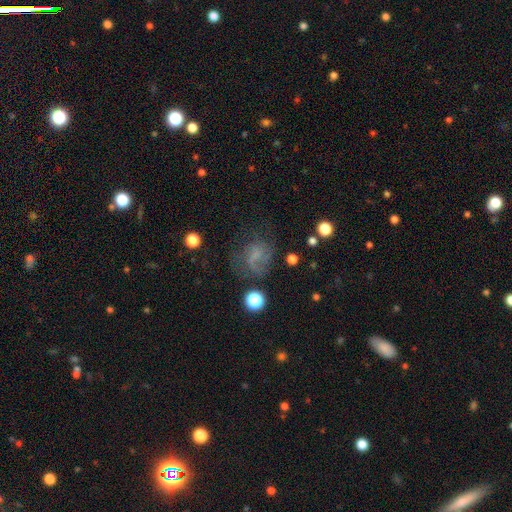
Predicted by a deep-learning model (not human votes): This is marginally a featured or disk galaxy (41%). Merging: possibly none (47%).